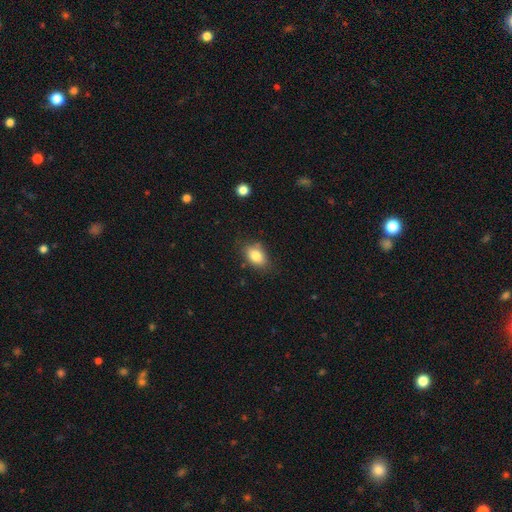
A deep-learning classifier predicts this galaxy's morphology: The model was most divided on "merging": none: 76%, minor disturbance: 18%, major disturbance: 4%, merger: 2%. More confident: how rounded — in between (84%); smooth or featured — smooth (83%).